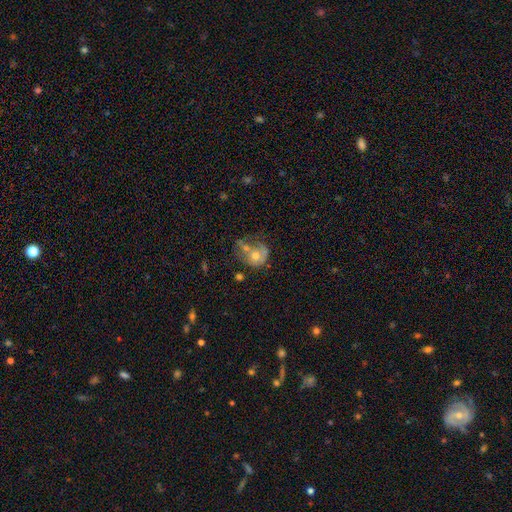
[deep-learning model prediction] Smooth or featured: smooth — 45% (featured or disk — 44%)
Merging: merger — 29% (none — 26%)